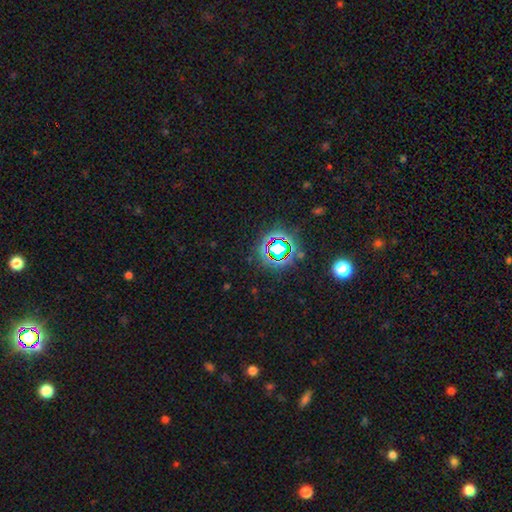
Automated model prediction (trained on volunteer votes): Smooth or featured?
  - star or artifact: 77% *
  - smooth: 14%
  - featured or disk: 10%